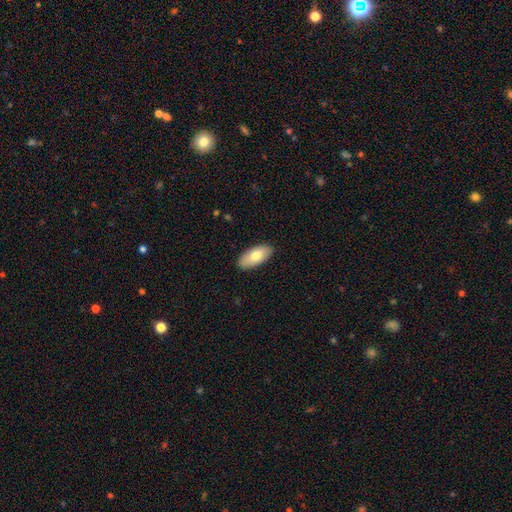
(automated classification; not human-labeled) smooth 76%, featured or disk 18%, star or artifact 6%. Down the decision tree: how rounded — in between (92%); merging — none (88%).